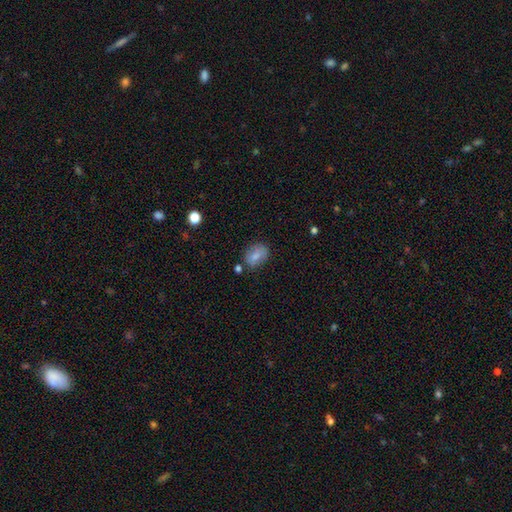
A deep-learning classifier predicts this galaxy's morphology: This is likely a smooth galaxy (78%). How rounded: likely in between (75%). Merging: likely none (70%).